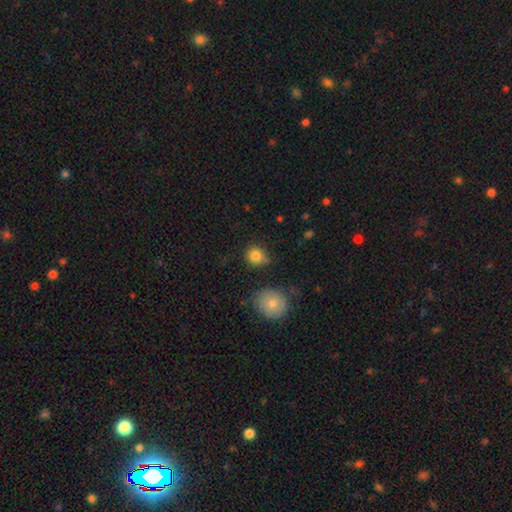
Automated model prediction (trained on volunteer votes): This appears to be a smooth galaxy with no disk features (84%) that is round (76%). Merging: none (66%).